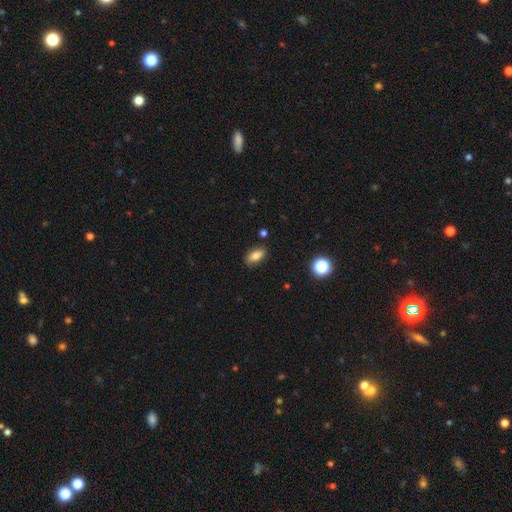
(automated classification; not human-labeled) smooth_or_featured: smooth (p=0.81) [alt: featured or disk p=0.10]
how_rounded: in between (p=0.87) [alt: cigar-shaped p=0.08]
merging: none (p=0.84) [alt: minor disturbance p=0.11]